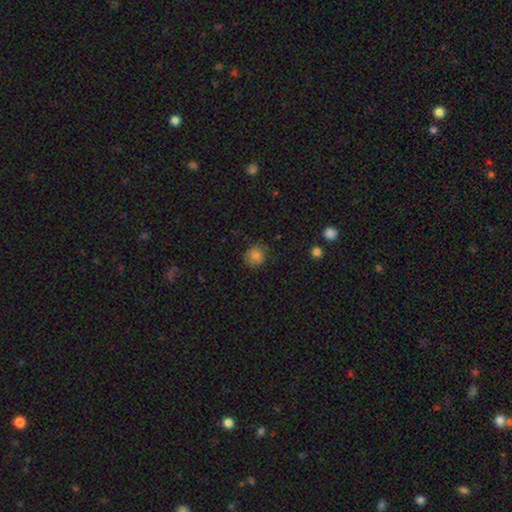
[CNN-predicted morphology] type=smooth (78%); roundness=round (79%); merging=none (71%).